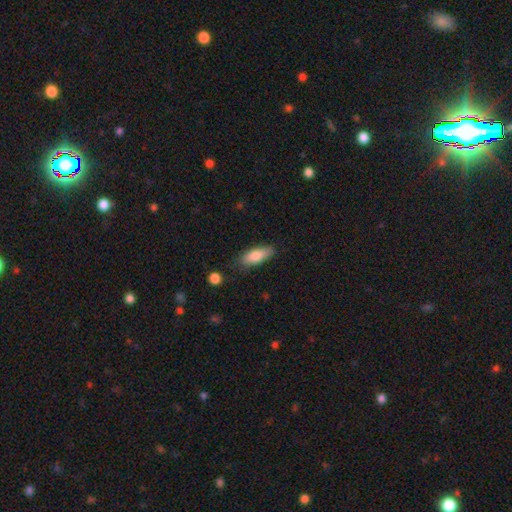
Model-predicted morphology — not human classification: Q: Smooth or featured?
A: smooth (82%); runner-up: featured or disk (11%)
Q: How rounded?
A: in between (70%); runner-up: cigar-shaped (28%)
Q: Merging?
A: none (78%); runner-up: minor disturbance (16%)